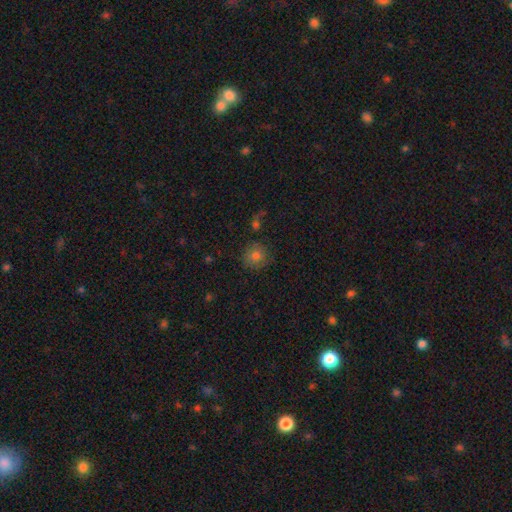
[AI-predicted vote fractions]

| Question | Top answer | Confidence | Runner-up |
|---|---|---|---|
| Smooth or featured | smooth | 76% | star or artifact (13%) |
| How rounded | round | 89% | in between (10%) |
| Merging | none | 78% | minor disturbance (14%) |